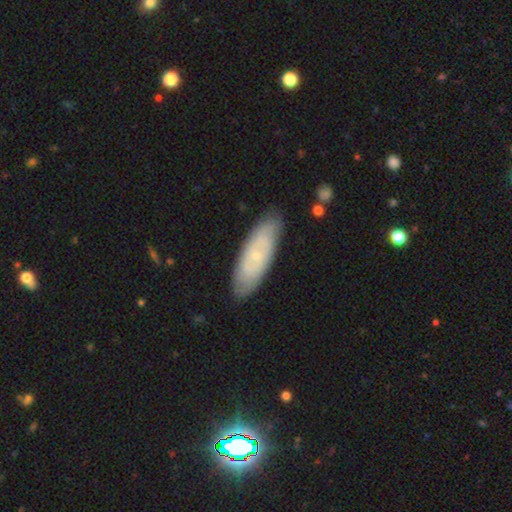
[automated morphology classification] Smooth or featured: featured or disk — 52% (smooth — 42%)
Edge-on disk: no — 81% (yes — 19%)
Merging: none — 82% (minor disturbance — 14%)